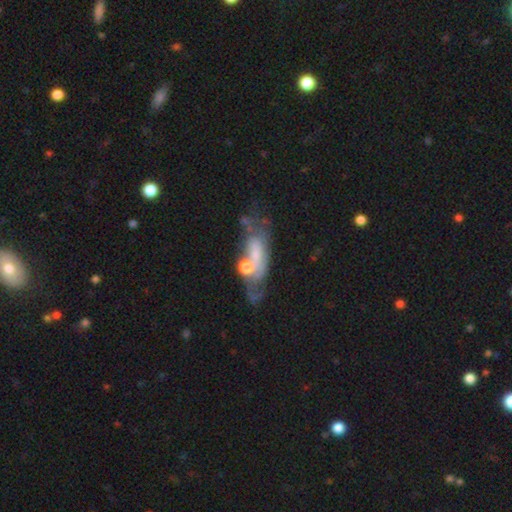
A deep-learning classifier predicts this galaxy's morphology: Smooth or featured: featured or disk — 56% (smooth — 34%)
Edge-on disk: no — 85% (yes — 15%)
Merging: none — 33% (major disturbance — 26%)